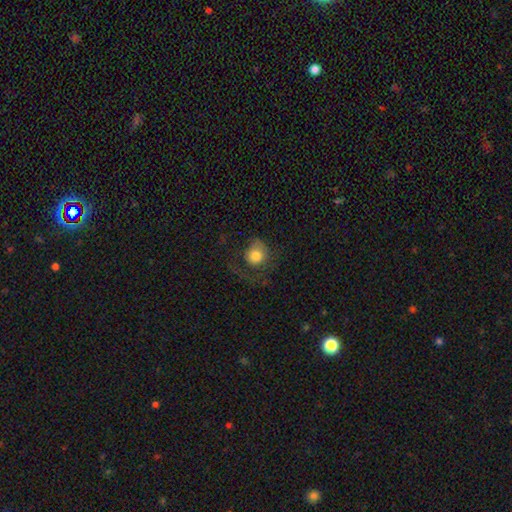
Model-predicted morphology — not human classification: type=smooth (74%); roundness=round (86%); merging=none (44%).